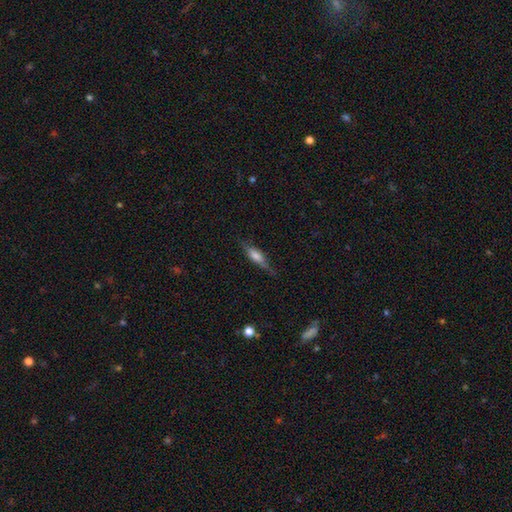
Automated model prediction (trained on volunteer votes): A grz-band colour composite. It shows a smooth galaxy with no disk features (50%) that is cigar-shaped (61%). Merging: none (71%).